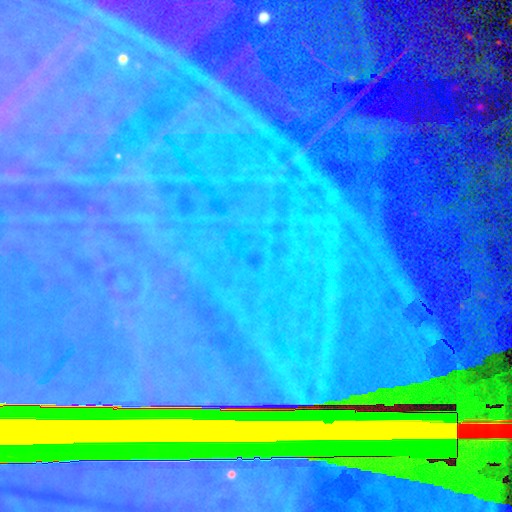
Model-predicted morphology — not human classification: A star or artifact, not a galaxy (85%).

Vote fractions:
- Smooth or featured? star or artifact: 85% / featured or disk: 8% / smooth: 7%